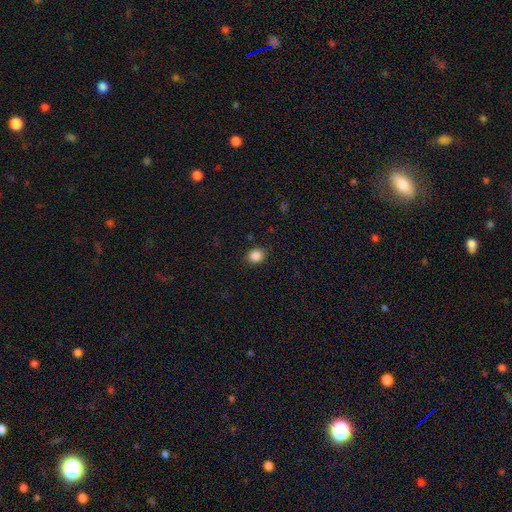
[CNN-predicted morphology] smooth_or_featured: smooth (p=0.87) [alt: star or artifact p=0.10]
how_rounded: round (p=0.62) [alt: in between p=0.37]
merging: none (p=0.89) [alt: minor disturbance p=0.08]